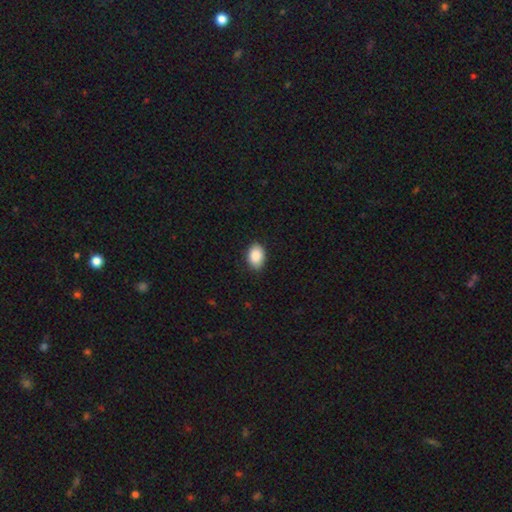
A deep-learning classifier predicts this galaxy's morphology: Q: Smooth or featured?
A: smooth (90%); runner-up: star or artifact (7%)
Q: How rounded?
A: in between (84%); runner-up: round (15%)
Q: Merging?
A: none (84%); runner-up: minor disturbance (13%)